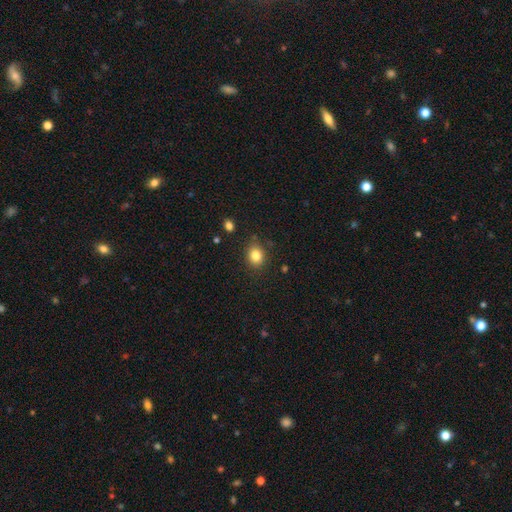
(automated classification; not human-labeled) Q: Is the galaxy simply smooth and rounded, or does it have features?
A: smooth — 83%.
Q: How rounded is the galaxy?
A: round — 65%.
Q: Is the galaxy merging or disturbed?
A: none — 84%.